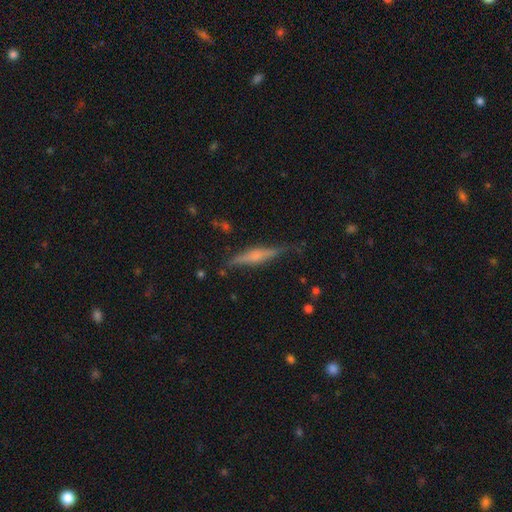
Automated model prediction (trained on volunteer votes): Morphology: type=featured or disk (65%); edge-on=yes (96%); edge-on bulge=rounded (72%); merging=none (81%).